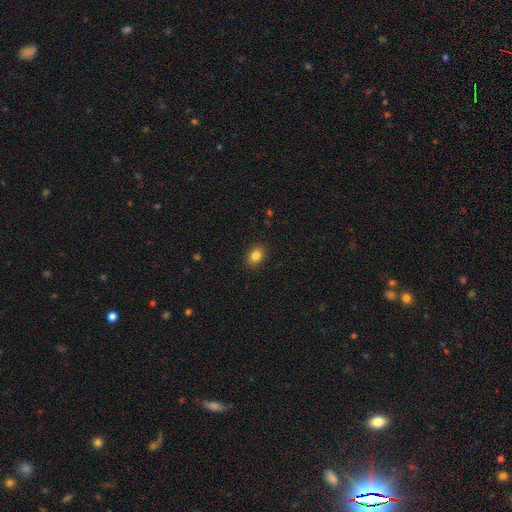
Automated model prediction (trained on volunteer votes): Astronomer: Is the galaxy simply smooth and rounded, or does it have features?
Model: smooth — 83%.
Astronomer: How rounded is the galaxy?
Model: in between — 67%.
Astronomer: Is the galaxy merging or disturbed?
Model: none — 89%.